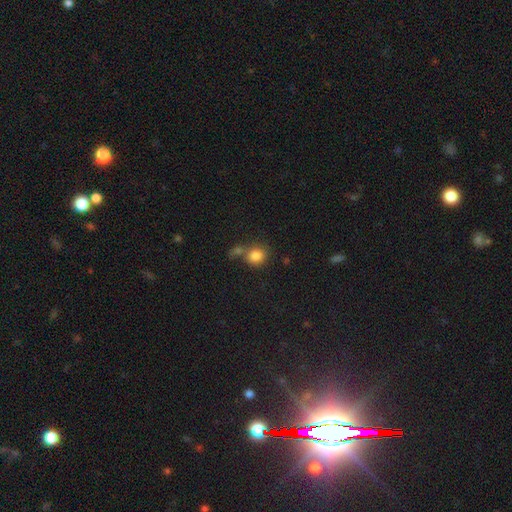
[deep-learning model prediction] This is clearly a smooth galaxy (82%). How rounded: likely round (77%). Merging: possibly none (50%).